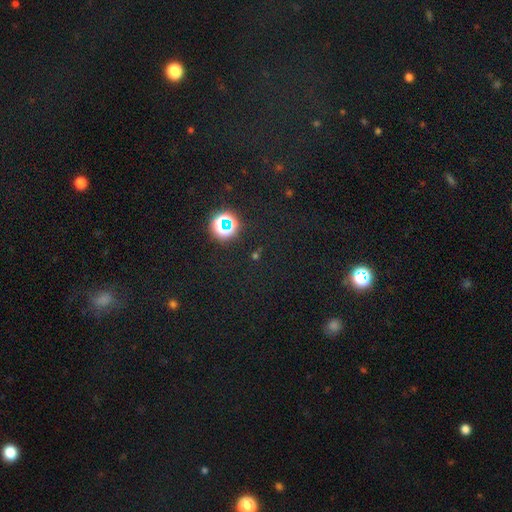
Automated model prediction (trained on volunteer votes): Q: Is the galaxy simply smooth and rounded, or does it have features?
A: star or artifact — 68%.